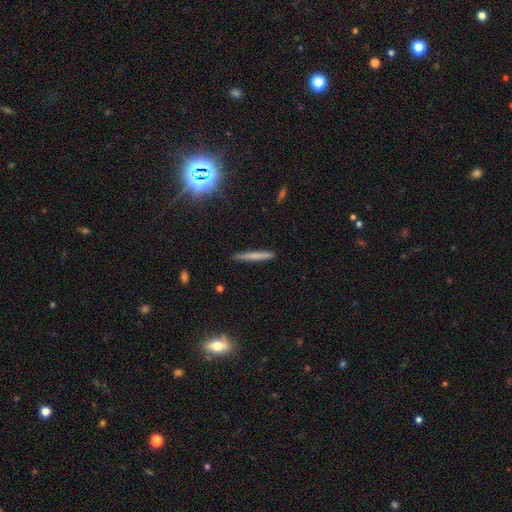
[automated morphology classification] This appears to be a smooth galaxy with no disk features (64%) that is cigar-shaped (96%). Merging: none (90%).